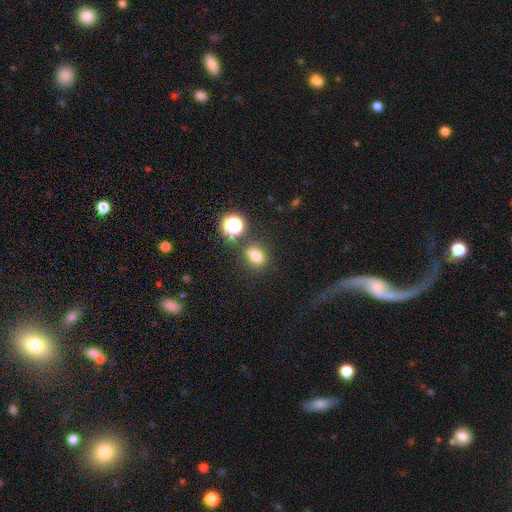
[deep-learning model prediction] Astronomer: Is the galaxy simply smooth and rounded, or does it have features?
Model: smooth — 73%.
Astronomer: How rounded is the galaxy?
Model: in between — 60% (runner-up: round, 36%).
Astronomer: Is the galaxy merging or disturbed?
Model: none — 76%.